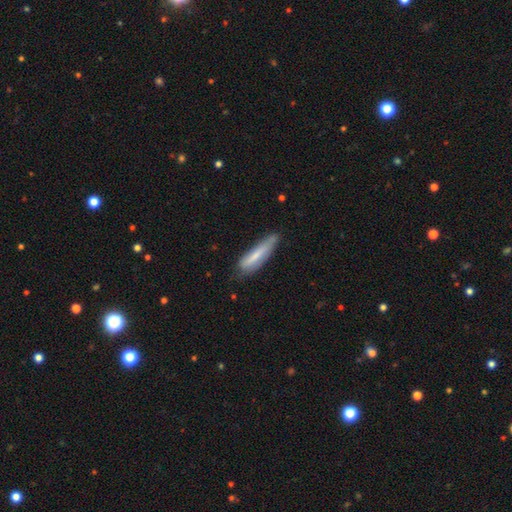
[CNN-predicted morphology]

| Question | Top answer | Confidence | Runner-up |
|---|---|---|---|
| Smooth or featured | smooth | 66% | featured or disk (27%) |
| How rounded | cigar-shaped | 77% | in between (22%) |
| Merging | none | 60% | minor disturbance (31%) |